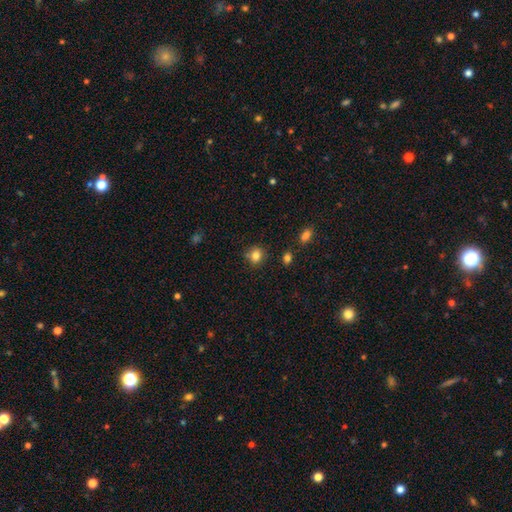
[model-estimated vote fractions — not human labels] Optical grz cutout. It shows a smooth galaxy with no disk features (82%) that is round (80%). Merging: none (79%).